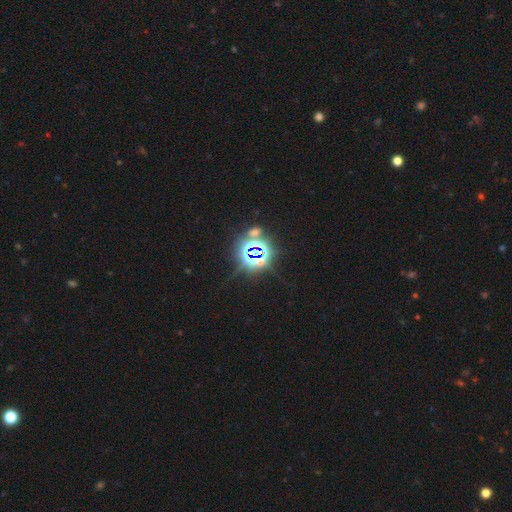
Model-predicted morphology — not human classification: Smooth or featured?
  - star or artifact: 81% *
  - smooth: 11%
  - featured or disk: 8%